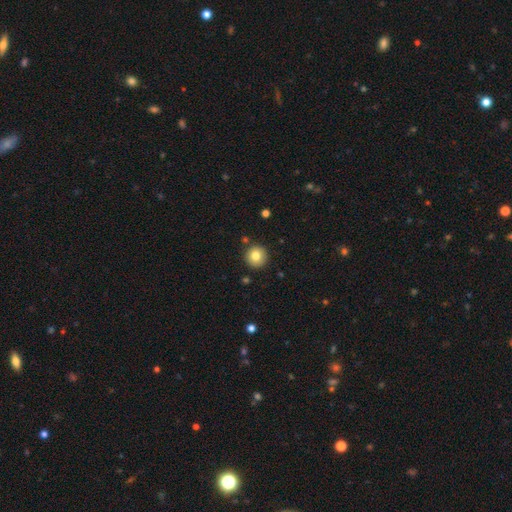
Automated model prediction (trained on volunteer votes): Smooth or featured?
  - smooth: 80% *
  - star or artifact: 10%
  - featured or disk: 10%
How rounded?
  - round: 95% *
  - in between: 4%
  - cigar-shaped: 1%
Merging?
  - none: 89% *
  - minor disturbance: 6%
  - merger: 2%
  - major disturbance: 2%